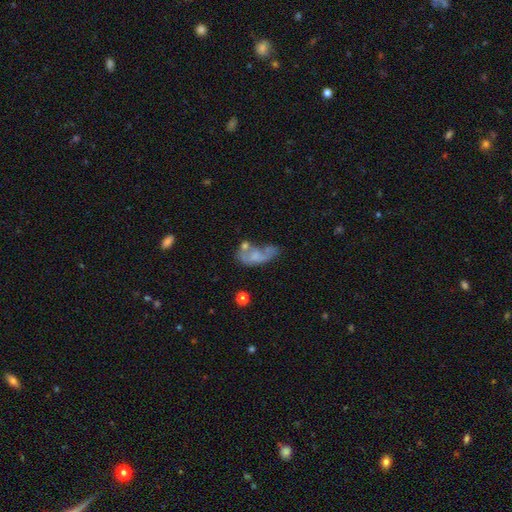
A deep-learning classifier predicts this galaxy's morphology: The model was most divided on "merging": major disturbance: 30%, merger: 26%, none: 25%, minor disturbance: 20%. Remaining: smooth or featured — featured or disk (48%).